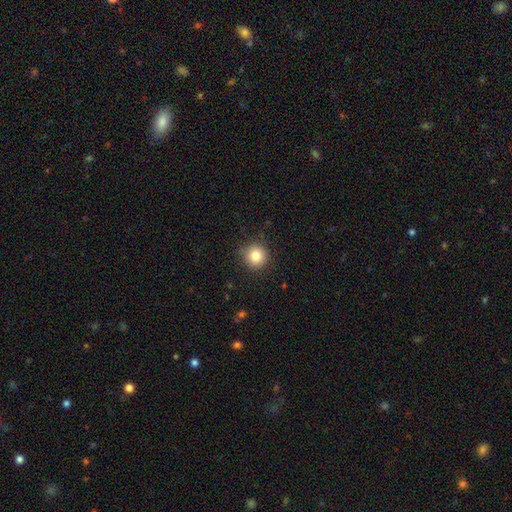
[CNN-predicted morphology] Smooth or featured? Predicted: smooth (p=0.83). How rounded? Predicted: round (p=0.94). Merging? Predicted: none (p=0.87).